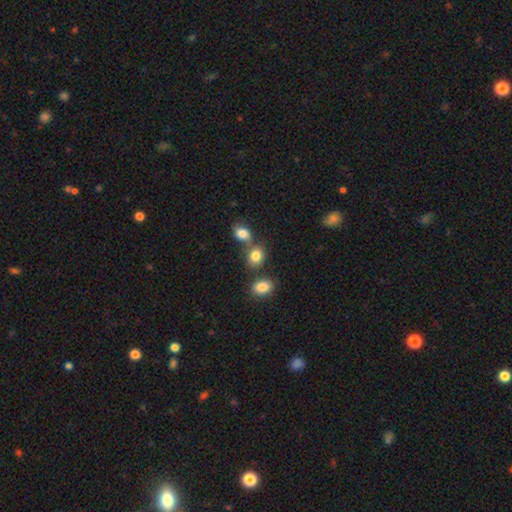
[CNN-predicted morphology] smooth_or_featured: smooth (p=0.82) [alt: star or artifact p=0.11]
how_rounded: round (p=0.54) [alt: in between p=0.45]
merging: none (p=0.51) [alt: merger p=0.34]